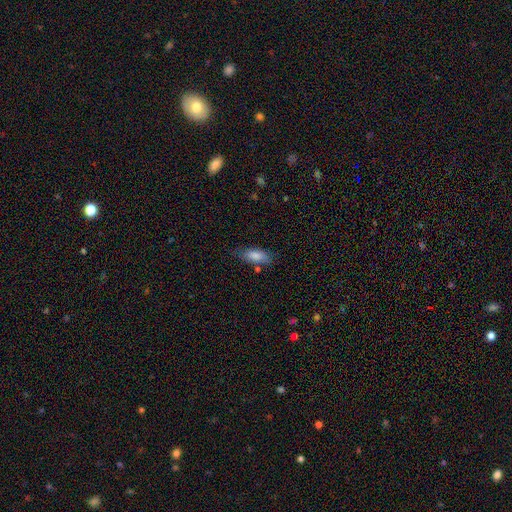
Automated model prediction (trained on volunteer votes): Smooth or featured? Predicted: smooth (p=0.84). How rounded? Predicted: in between (p=0.80). Merging? Predicted: none (p=0.71).